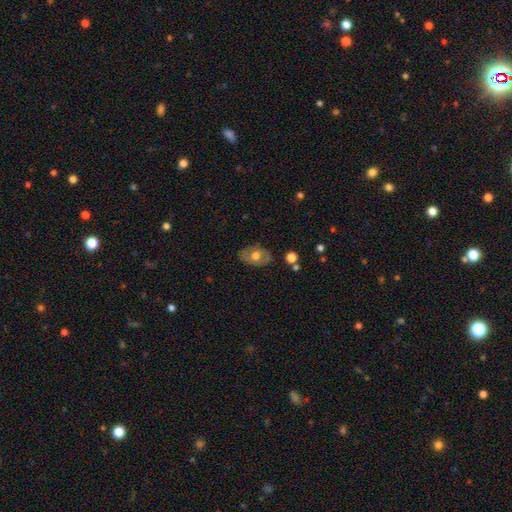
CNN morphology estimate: Q: Smooth or featured?
A: smooth (52%); runner-up: featured or disk (41%)
Q: How rounded?
A: in between (84%); runner-up: round (15%)
Q: Merging?
A: none (80%); runner-up: minor disturbance (14%)